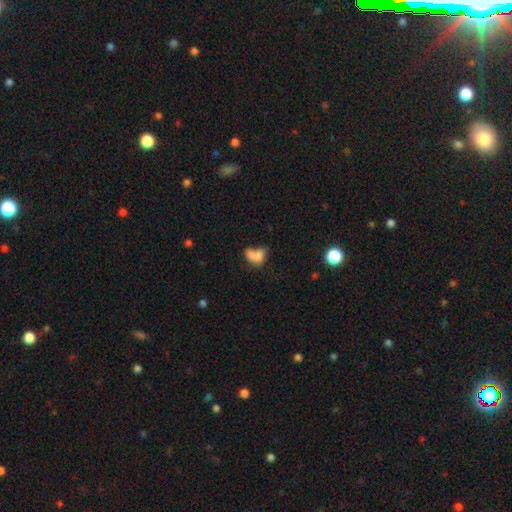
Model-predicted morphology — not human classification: This is likely a smooth galaxy (71%). How rounded: likely in between (78%). Merging: possibly merger (56%).